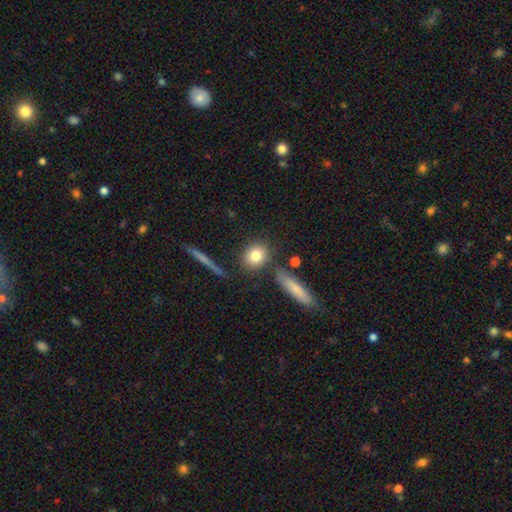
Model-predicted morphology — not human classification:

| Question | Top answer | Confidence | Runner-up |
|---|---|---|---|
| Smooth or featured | smooth | 81% | featured or disk (11%) |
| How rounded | round | 65% | in between (30%) |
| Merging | none | 81% | minor disturbance (10%) |